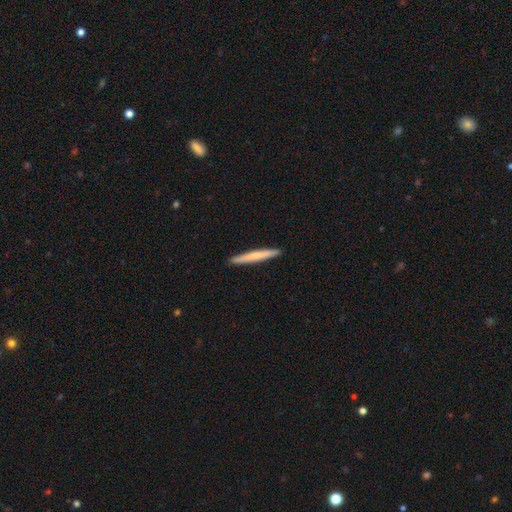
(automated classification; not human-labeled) Smooth or featured?
  - smooth: 63% *
  - featured or disk: 32%
  - star or artifact: 5%
How rounded?
  - cigar-shaped: 97% *
  - in between: 2%
  - round: 1%
Merging?
  - none: 93% *
  - minor disturbance: 5%
  - major disturbance: 1%
  - merger: 1%